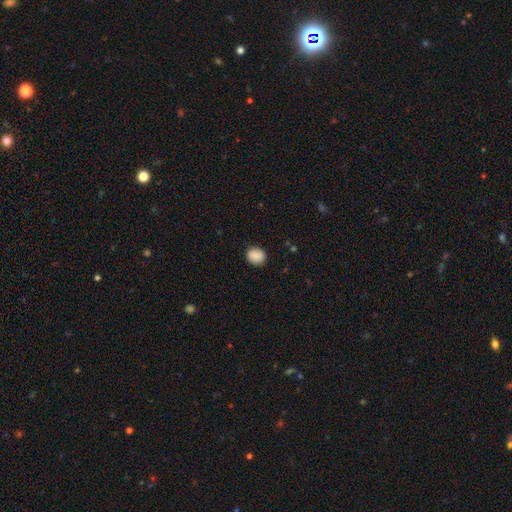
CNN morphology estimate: Smooth or featured?
  - smooth: 88% *
  - star or artifact: 8%
  - featured or disk: 4%
How rounded?
  - round: 70% *
  - in between: 29%
  - cigar-shaped: 1%
Merging?
  - none: 84% *
  - minor disturbance: 11%
  - major disturbance: 3%
  - merger: 1%